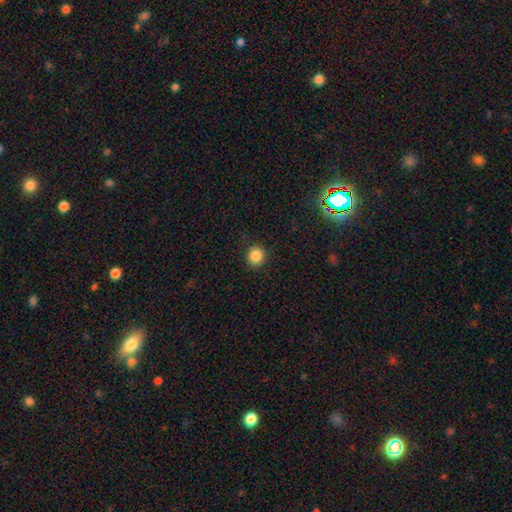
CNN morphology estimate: Smooth or featured? Predicted: smooth (p=0.86). How rounded? Predicted: round (p=0.89). Merging? Predicted: none (p=0.90).